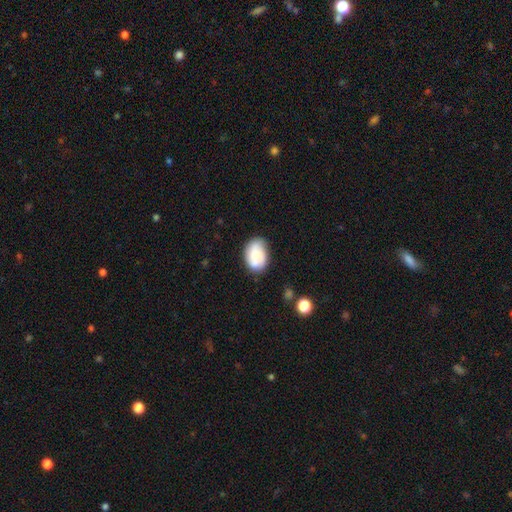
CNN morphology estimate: The model was most divided on "smooth or featured": smooth: 67%, featured or disk: 25%, star or artifact: 7%. More confident: how rounded — in between (77%); merging — none (71%).